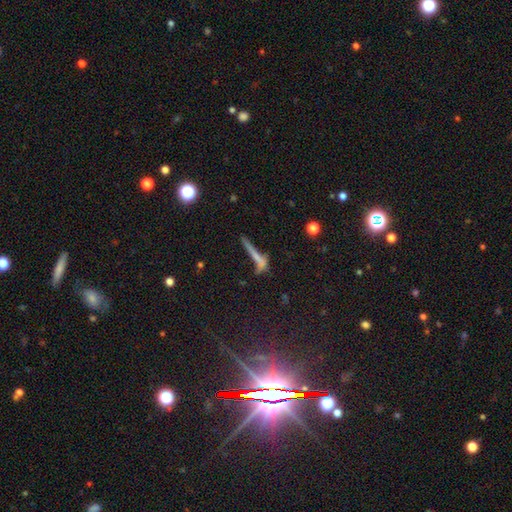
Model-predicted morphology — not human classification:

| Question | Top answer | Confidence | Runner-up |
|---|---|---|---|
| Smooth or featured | smooth | 47% | featured or disk (34%) |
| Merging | none | 50% | minor disturbance (20%) |